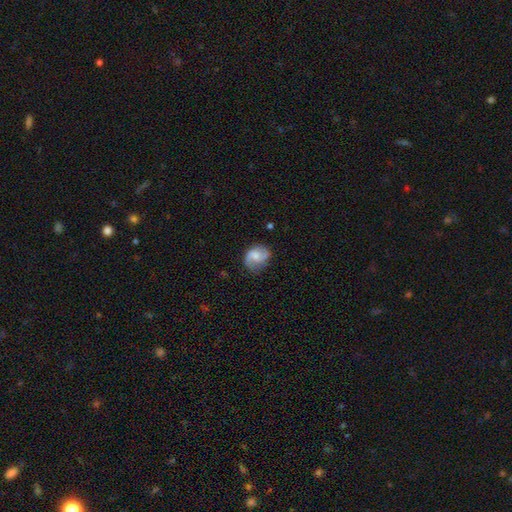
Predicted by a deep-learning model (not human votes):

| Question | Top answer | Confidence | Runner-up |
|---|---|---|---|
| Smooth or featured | featured or disk | 59% | smooth (34%) |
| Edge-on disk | no | 98% | yes (2%) |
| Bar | no | 53% | weak (41%) |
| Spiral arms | yes | 91% | no (9%) |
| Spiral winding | medium | 42% | loose (41%) |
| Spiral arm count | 2 | 84% | can't tell (7%) |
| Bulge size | moderate | 44% | small (37%) |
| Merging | none | 71% | minor disturbance (21%) |